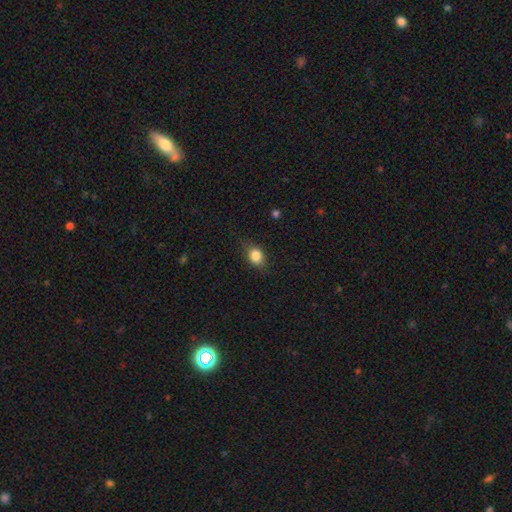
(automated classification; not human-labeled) smooth_or_featured: smooth (p=0.83) [alt: star or artifact p=0.09]
how_rounded: in between (p=0.65) [alt: round p=0.33]
merging: none (p=0.78) [alt: minor disturbance p=0.17]